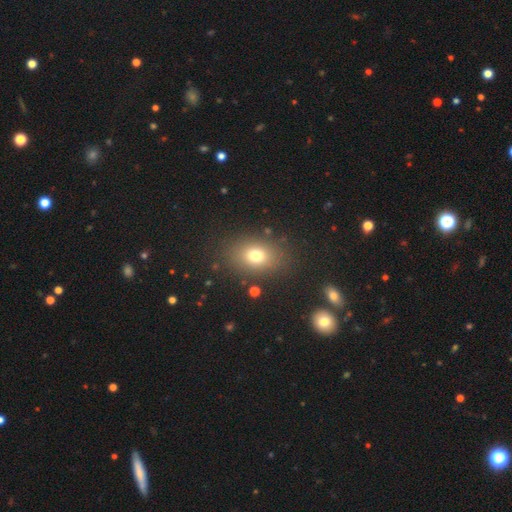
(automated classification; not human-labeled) Smooth or featured? smooth (74%)
How rounded? in between (62%)
Merging? none (84%)